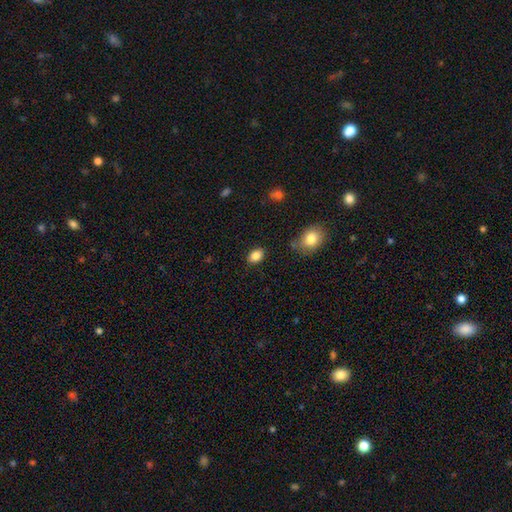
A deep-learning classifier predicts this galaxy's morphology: Q: Smooth or featured?
A: smooth (85%); runner-up: star or artifact (9%)
Q: How rounded?
A: in between (76%); runner-up: round (23%)
Q: Merging?
A: none (84%); runner-up: minor disturbance (11%)